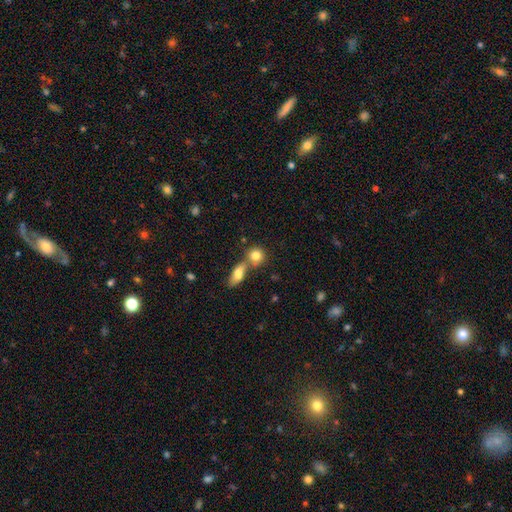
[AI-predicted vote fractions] This appears to be a smooth galaxy with no disk features (81%) that is round (77%). Merging: none (48%).